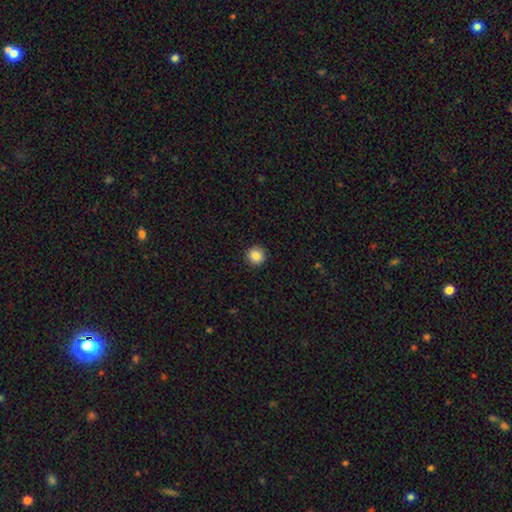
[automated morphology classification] smooth_or_featured: smooth (p=0.85) [alt: star or artifact p=0.09]
how_rounded: round (p=0.96) [alt: in between p=0.03]
merging: none (p=0.93) [alt: minor disturbance p=0.05]